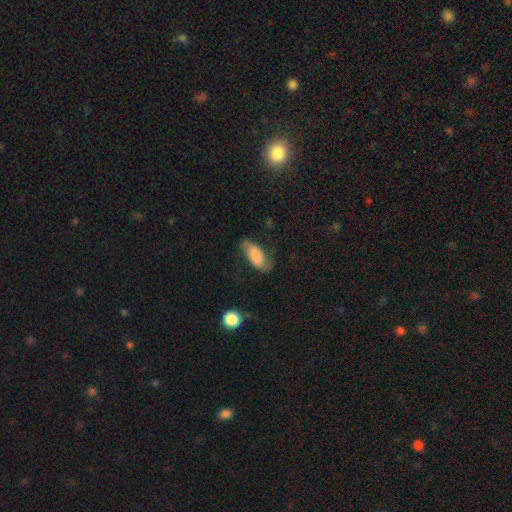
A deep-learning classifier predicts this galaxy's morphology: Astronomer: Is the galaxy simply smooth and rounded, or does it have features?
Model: smooth — 55% (runner-up: featured or disk, 37%).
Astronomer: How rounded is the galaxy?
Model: in between — 88%.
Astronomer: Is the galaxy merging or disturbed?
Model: none — 58%.